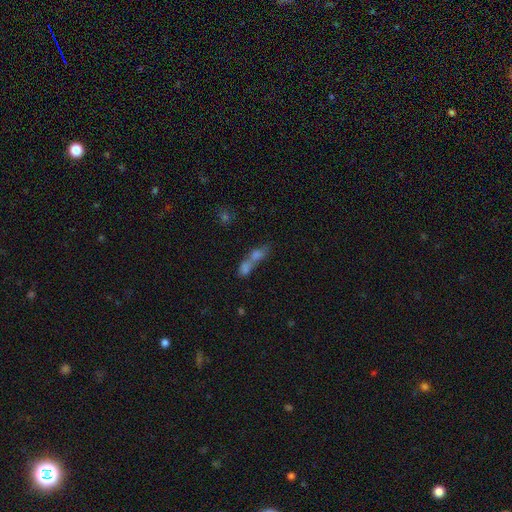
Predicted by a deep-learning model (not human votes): smooth 60%, featured or disk 23%, star or artifact 17%. Down the decision tree: how rounded — in between (52%); merging — merger (70%).